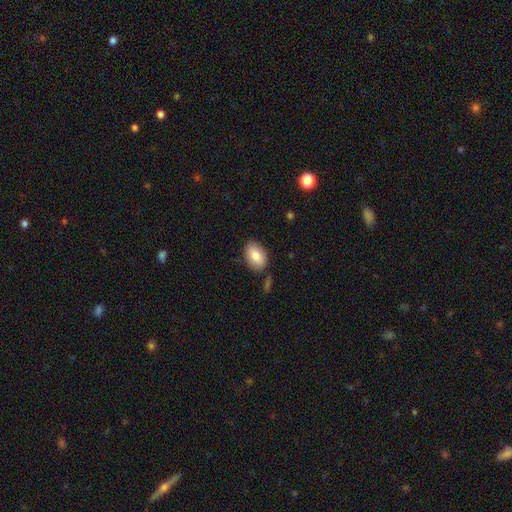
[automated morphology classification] Overall: smooth (83%). How rounded: in between (89%). Merging: none (81%).